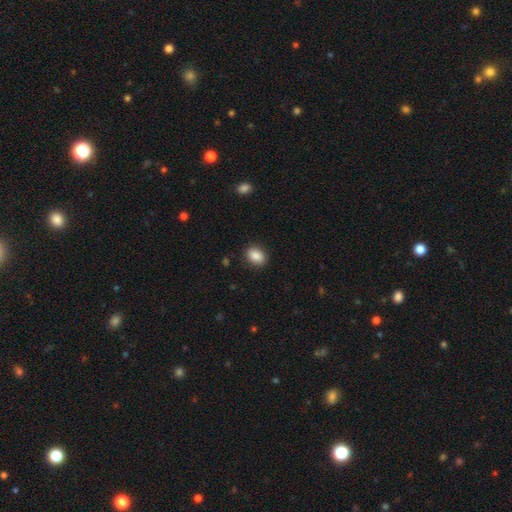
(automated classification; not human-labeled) This appears to be a smooth galaxy with no disk features (88%) that is in between round and cigar-shaped (71%). Merging: none (88%).